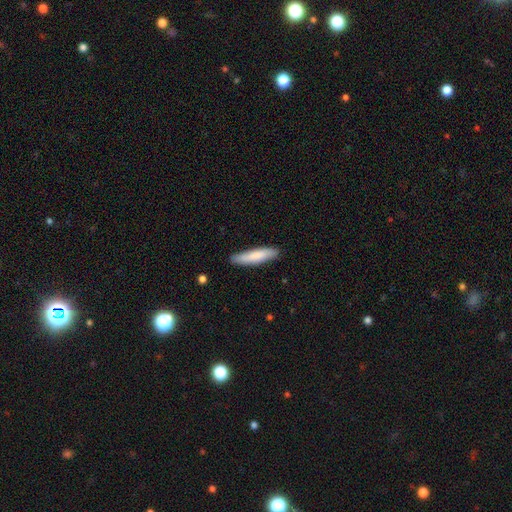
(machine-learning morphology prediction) smooth 81%, featured or disk 14%, star or artifact 5%. Down the decision tree: how rounded — cigar-shaped (82%); merging — none (86%).